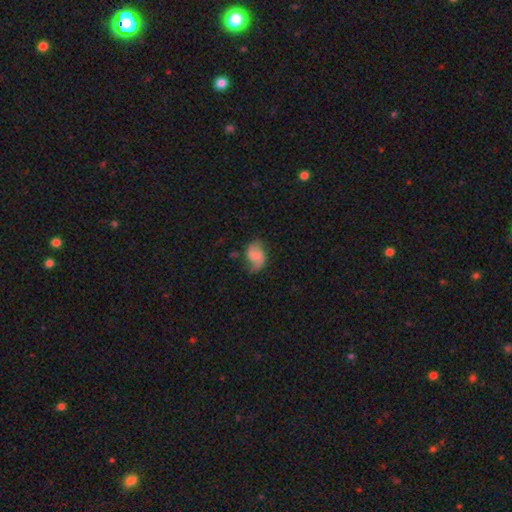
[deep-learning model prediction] Morphology: type=featured or disk (55%); edge-on=no (97%); bar=no (53%); spiral arms=yes (91%); bulge=small (42%); merging=none (61%).